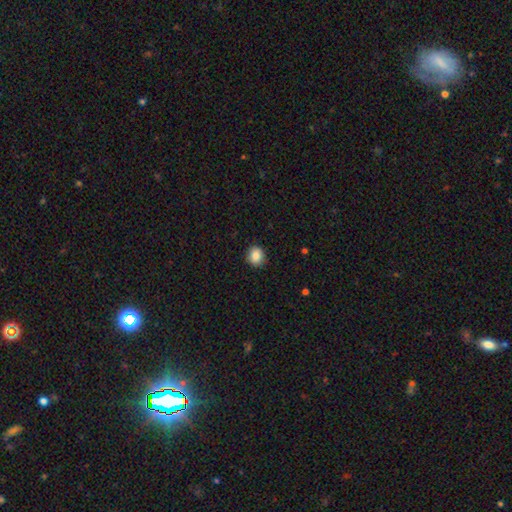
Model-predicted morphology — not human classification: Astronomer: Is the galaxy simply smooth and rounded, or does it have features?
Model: smooth — 86%.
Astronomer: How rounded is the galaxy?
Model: round — 82%.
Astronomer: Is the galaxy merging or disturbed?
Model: none — 91%.